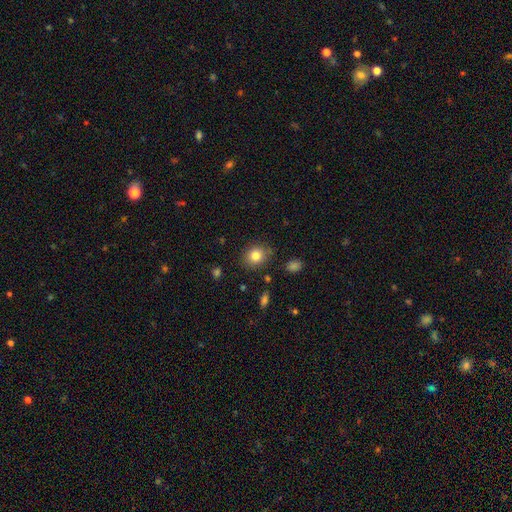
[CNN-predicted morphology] This is clearly a smooth galaxy (82%). How rounded: likely round (68%). Merging: clearly none (83%).